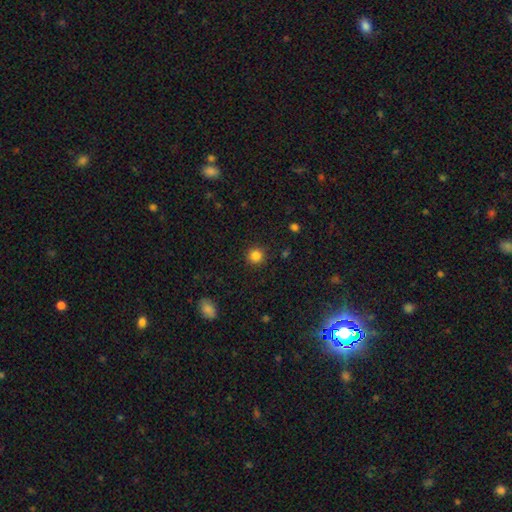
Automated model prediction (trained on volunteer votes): Overall: smooth (84%). How rounded: round (94%). Merging: none (90%).